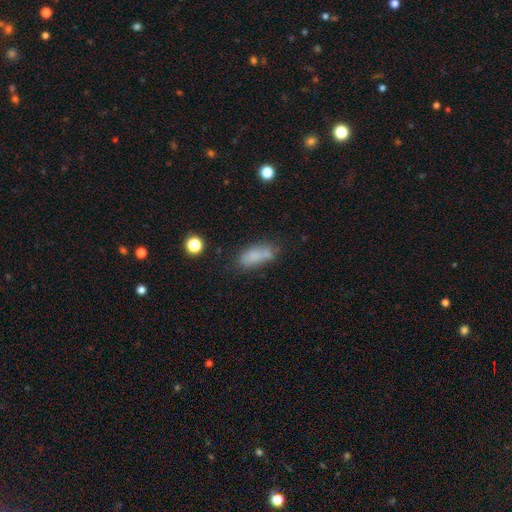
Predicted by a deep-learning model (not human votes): Smooth or featured? Predicted: smooth (p=0.75). How rounded? Predicted: in between (p=0.74). Merging? Predicted: none (p=0.51).